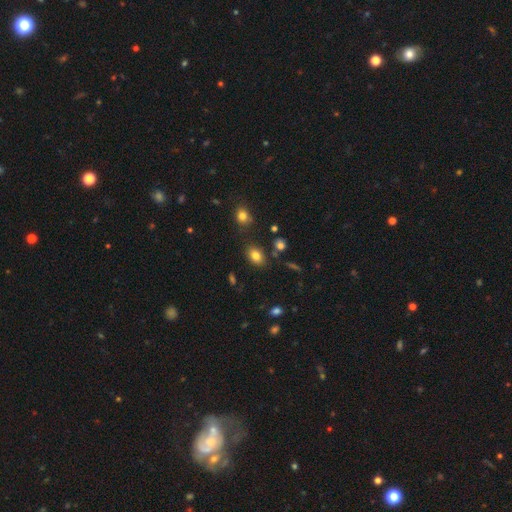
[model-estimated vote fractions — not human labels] Morphology: type=smooth (81%); roundness=in between (77%); merging=none (80%).